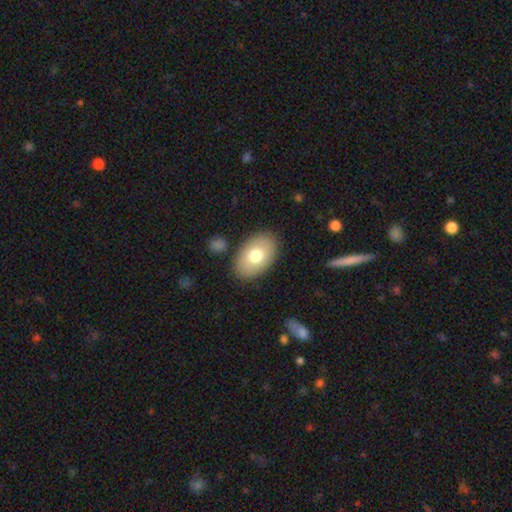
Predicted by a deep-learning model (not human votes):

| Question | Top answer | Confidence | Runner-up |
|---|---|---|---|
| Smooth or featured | smooth | 74% | featured or disk (19%) |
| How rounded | in between | 90% | round (9%) |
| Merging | none | 86% | minor disturbance (9%) |